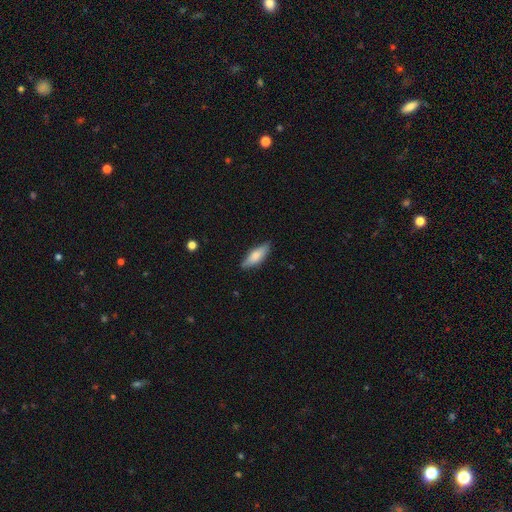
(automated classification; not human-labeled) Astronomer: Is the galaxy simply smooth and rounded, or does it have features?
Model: smooth — 70%.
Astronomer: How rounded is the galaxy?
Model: in between — 59% (runner-up: cigar-shaped, 39%).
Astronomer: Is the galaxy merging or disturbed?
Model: none — 82%.